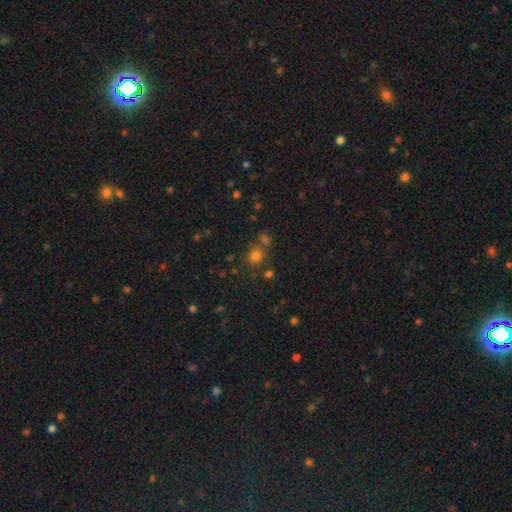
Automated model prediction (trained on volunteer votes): Smooth or featured?
  - smooth: 73% *
  - star or artifact: 20%
  - featured or disk: 6%
How rounded?
  - round: 81% *
  - in between: 18%
  - cigar-shaped: 1%
Merging?
  - none: 67% *
  - merger: 18%
  - minor disturbance: 10%
  - major disturbance: 5%